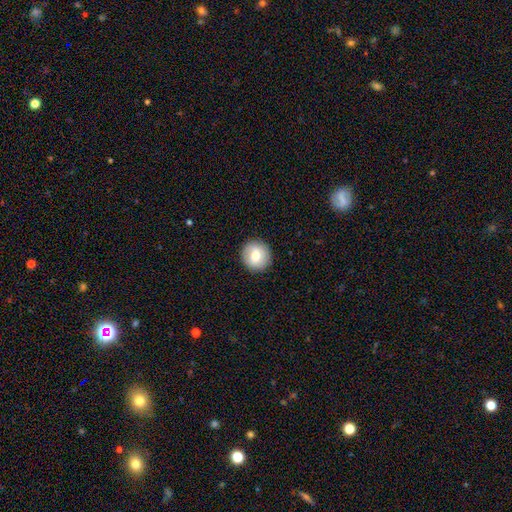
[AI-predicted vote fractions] Smooth or featured? Predicted: smooth (p=0.71). How rounded? Predicted: round (p=0.92). Merging? Predicted: none (p=0.90).